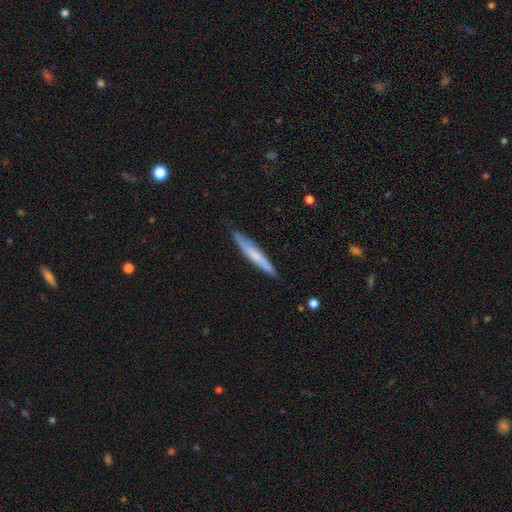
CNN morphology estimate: Overall: smooth (53%; featured or disk 41%). How rounded: cigar-shaped (94%). Merging: none (81%).